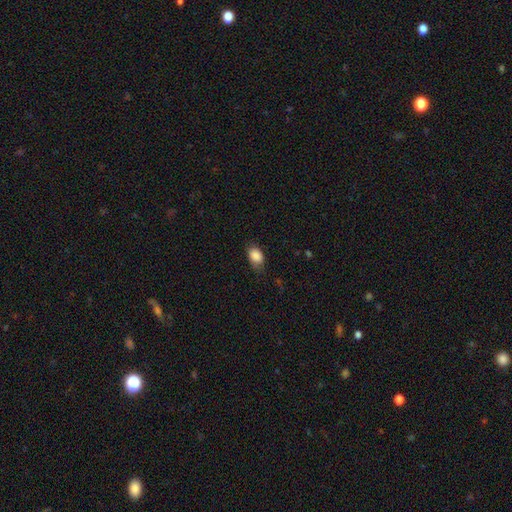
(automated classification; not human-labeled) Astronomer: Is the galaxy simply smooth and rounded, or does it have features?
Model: smooth — 87%.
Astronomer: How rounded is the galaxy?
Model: in between — 84%.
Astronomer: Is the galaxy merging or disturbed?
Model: none — 66%.